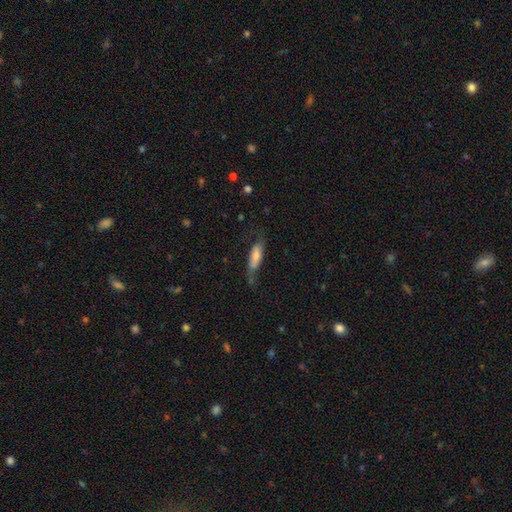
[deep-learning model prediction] Q: Smooth or featured?
A: smooth (51%); runner-up: featured or disk (40%)
Q: How rounded?
A: cigar-shaped (51%); runner-up: in between (46%)
Q: Merging?
A: none (49%); runner-up: minor disturbance (28%)